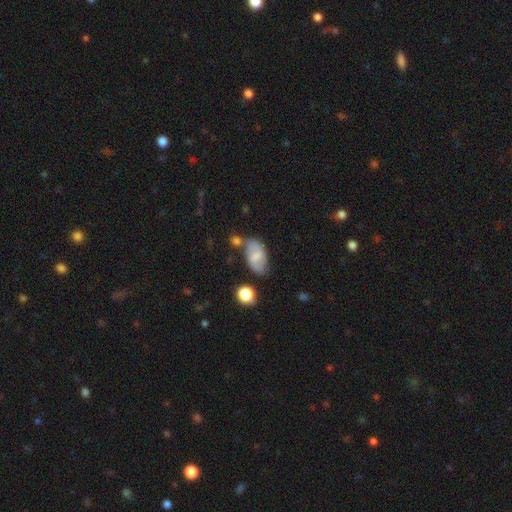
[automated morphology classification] A smooth galaxy with no disk features (52%) that is in between round and cigar-shaped (91%). Merging: none (57%).